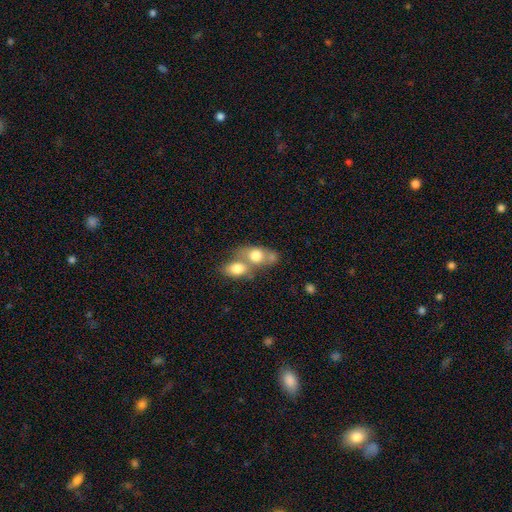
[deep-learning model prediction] This is likely a smooth galaxy (73%). How rounded: likely in between (65%). Merging: likely merger (66%).